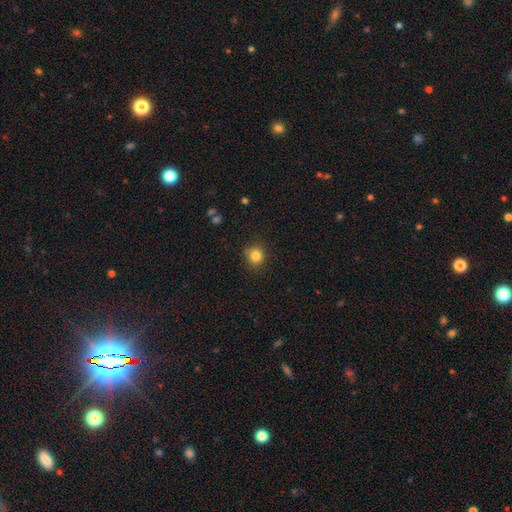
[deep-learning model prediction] A smooth galaxy with no disk features (83%) that is round (87%).

Vote fractions:
- Smooth or featured? smooth: 83% / star or artifact: 11% / featured or disk: 5%
- How rounded? round: 87% / in between: 12% / cigar-shaped: 1%
- Merging? none: 84% / minor disturbance: 12% / major disturbance: 3% / merger: 2%